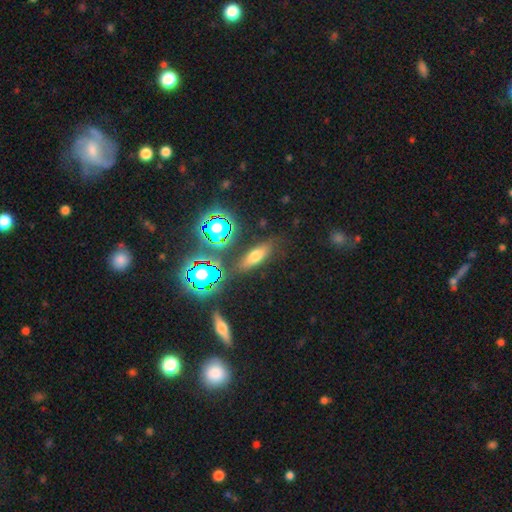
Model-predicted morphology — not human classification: Smooth or featured?
  - smooth: 56% *
  - star or artifact: 25%
  - featured or disk: 20%
How rounded?
  - in between: 54% *
  - cigar-shaped: 37%
  - round: 8%
Merging?
  - none: 81% *
  - minor disturbance: 11%
  - major disturbance: 4%
  - merger: 4%